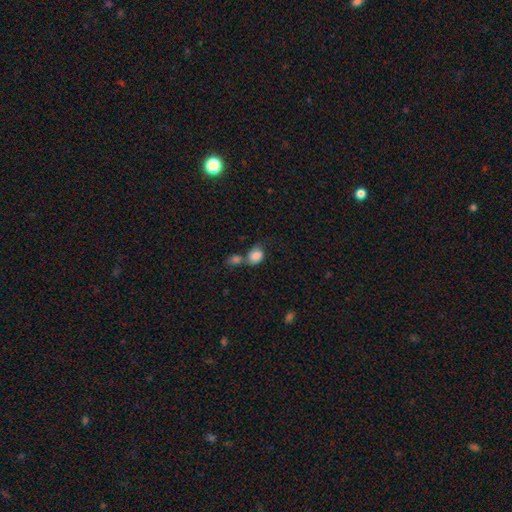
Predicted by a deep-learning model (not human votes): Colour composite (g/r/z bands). It shows a smooth galaxy with no disk features (83%) that is in between round and cigar-shaped (55%). Merging: merger (47%).